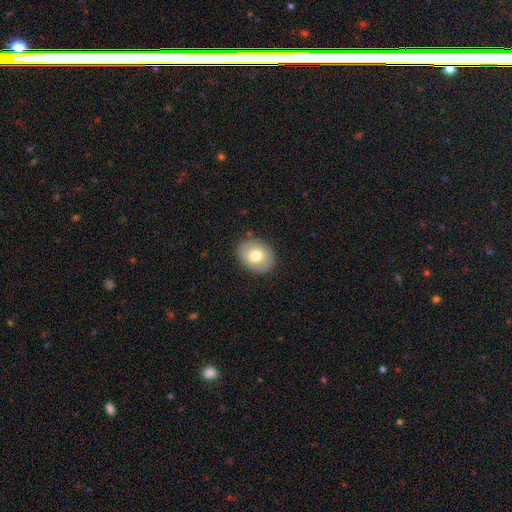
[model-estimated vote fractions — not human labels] This appears to be a smooth galaxy with no disk features (70%) that is in between round and cigar-shaped (58%). Merging: none (86%).